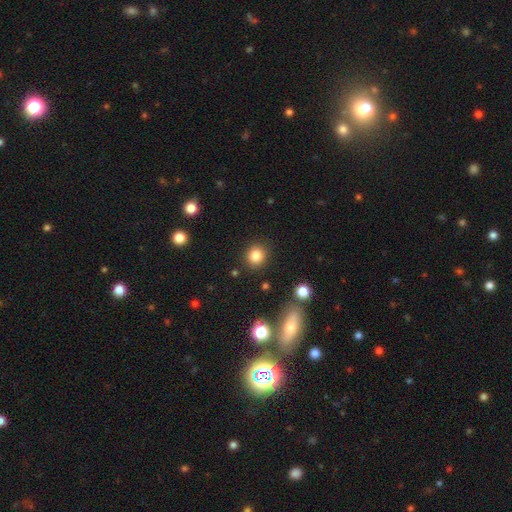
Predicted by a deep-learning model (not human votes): Q: Smooth or featured?
A: smooth (84%); runner-up: star or artifact (11%)
Q: How rounded?
A: round (85%); runner-up: in between (14%)
Q: Merging?
A: none (87%); runner-up: minor disturbance (8%)